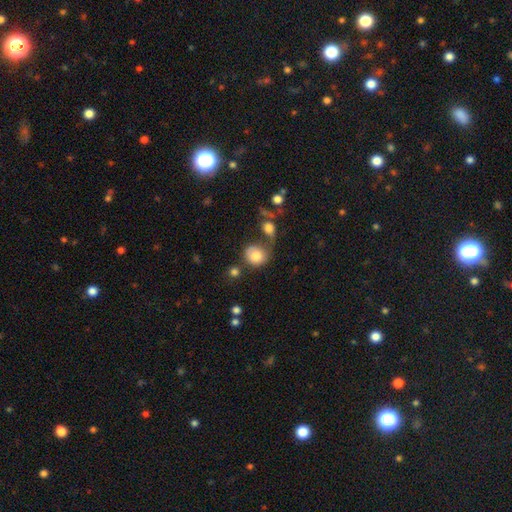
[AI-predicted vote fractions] Smooth or featured: smooth — 77% (featured or disk — 15%)
How rounded: round — 76% (in between — 23%)
Merging: none — 38% (merger — 25%)